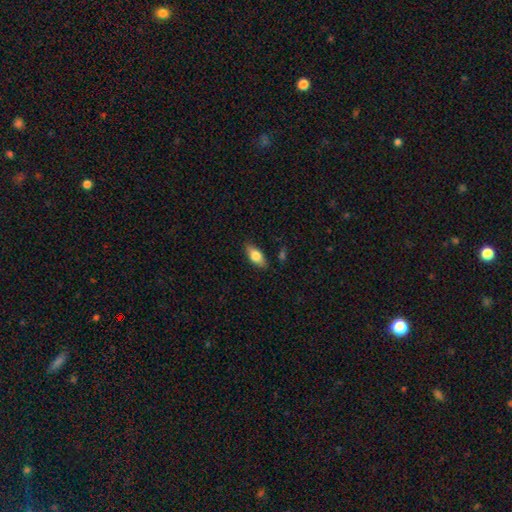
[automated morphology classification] smooth 76%, featured or disk 17%, star or artifact 7%. Down the decision tree: how rounded — in between (85%); merging — none (84%).